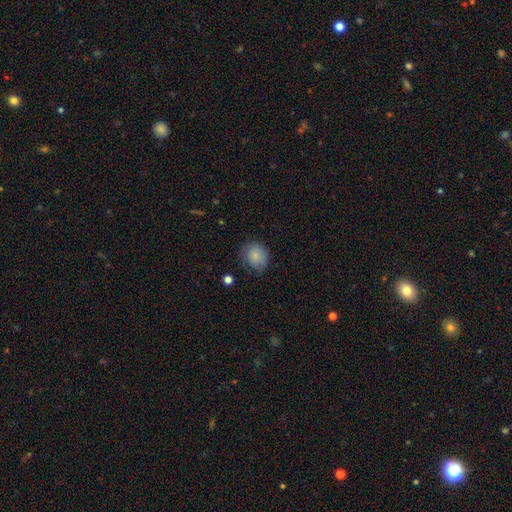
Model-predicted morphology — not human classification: A smooth galaxy with no disk features (82%) that is round (68%). Merging: none (66%).